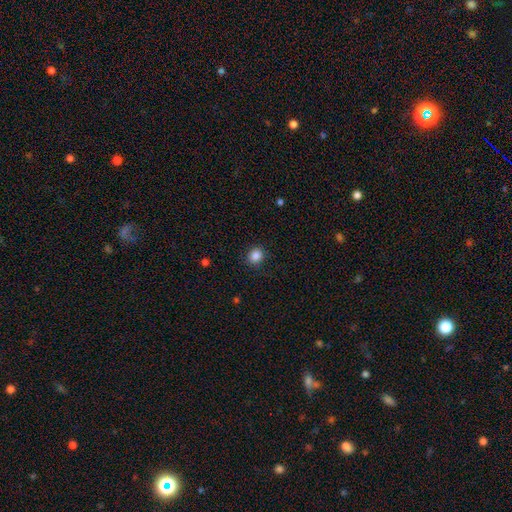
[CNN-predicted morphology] Smooth or featured?
  - smooth: 85% *
  - star or artifact: 11%
  - featured or disk: 4%
How rounded?
  - round: 79% *
  - in between: 20%
  - cigar-shaped: 1%
Merging?
  - none: 89% *
  - minor disturbance: 7%
  - major disturbance: 2%
  - merger: 1%